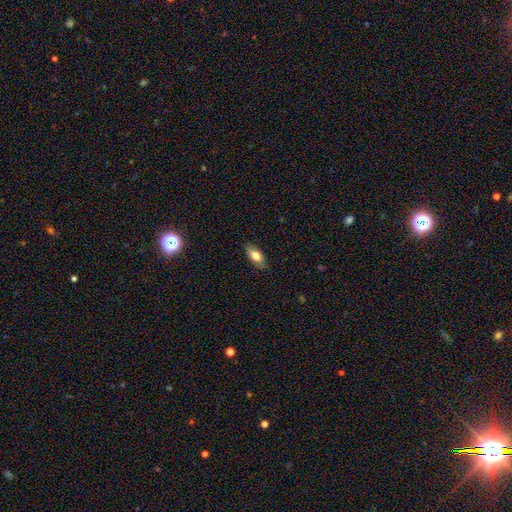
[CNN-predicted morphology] A smooth galaxy with no disk features (78%) that is in between round and cigar-shaped (86%). Merging: none (86%).